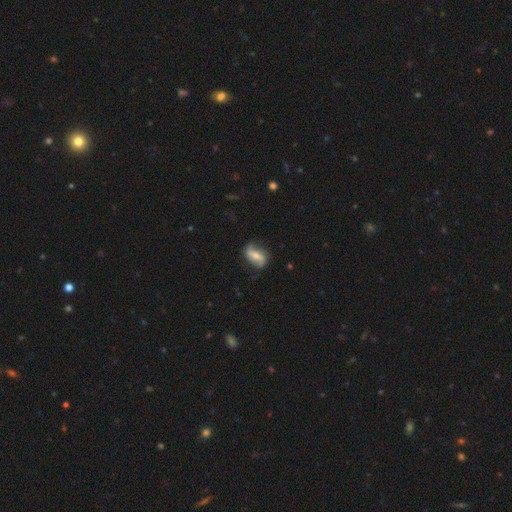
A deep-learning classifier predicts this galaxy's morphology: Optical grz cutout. It shows a featured or disk galaxy (65%) with a strong bar (47%), spiral arms (82%) and a small central bulge (45%). Merging: none (72%).